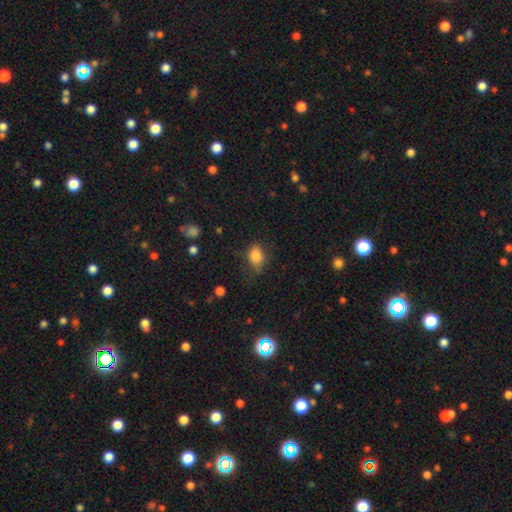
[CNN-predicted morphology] type=smooth (85%); roundness=in between (77%); merging=none (66%).